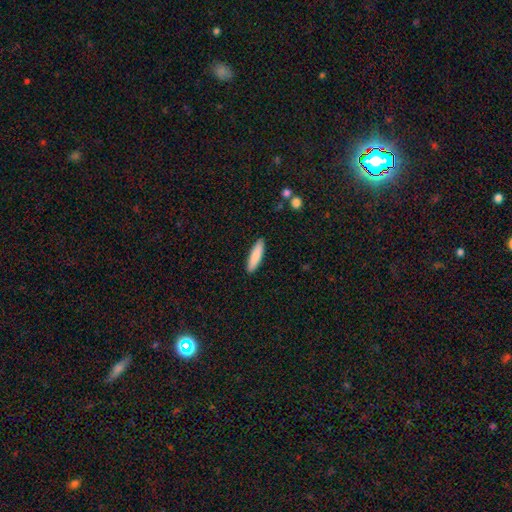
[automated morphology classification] A smooth galaxy with no disk features (84%) that is cigar-shaped (74%). Merging: none (90%).